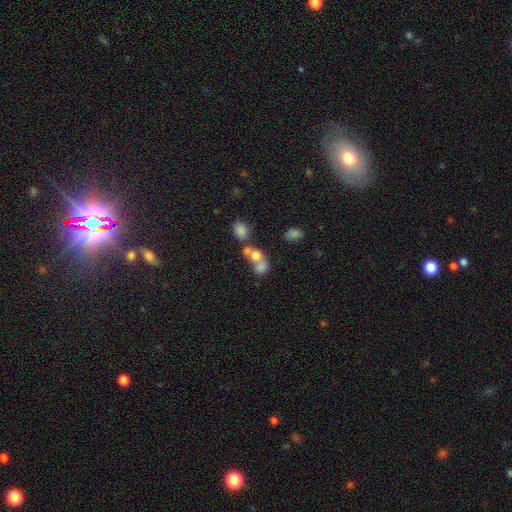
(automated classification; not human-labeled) smooth-or-featured: star or artifact: 54% | smooth: 27% | featured or disk: 19%